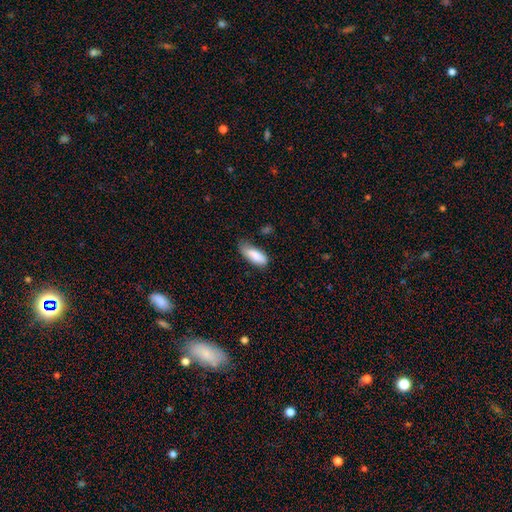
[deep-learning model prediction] Morphology: type=smooth (85%); roundness=in between (77%); merging=none (48%).